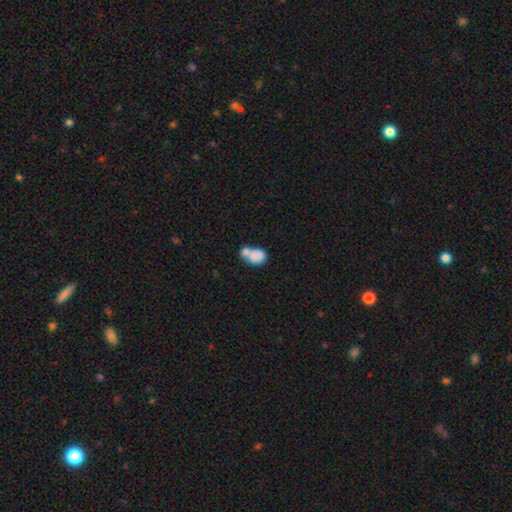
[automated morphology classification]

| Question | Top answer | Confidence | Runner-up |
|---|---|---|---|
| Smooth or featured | smooth | 75% | featured or disk (17%) |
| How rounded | in between | 63% | round (35%) |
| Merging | merger | 61% | none (22%) |